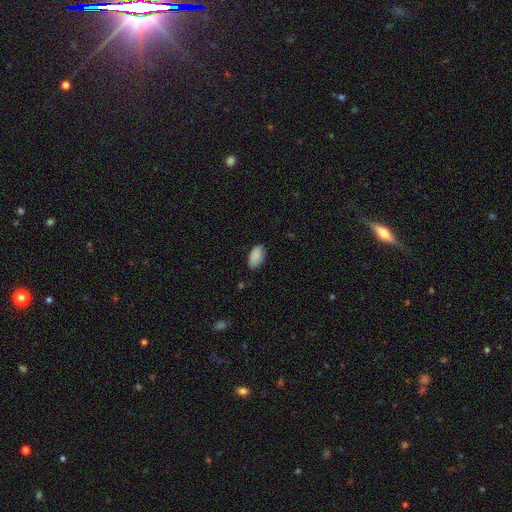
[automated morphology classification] This is clearly a smooth galaxy (89%). How rounded: clearly in between (94%). Merging: clearly none (81%).